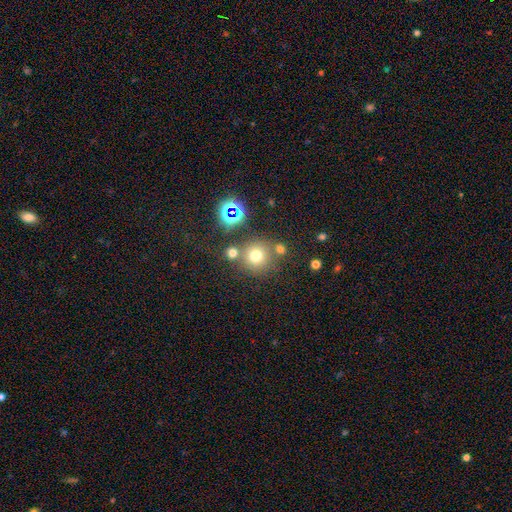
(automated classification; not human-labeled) Smooth or featured: smooth — 68% (star or artifact — 22%)
How rounded: round — 93% (in between — 6%)
Merging: none — 72% (merger — 15%)